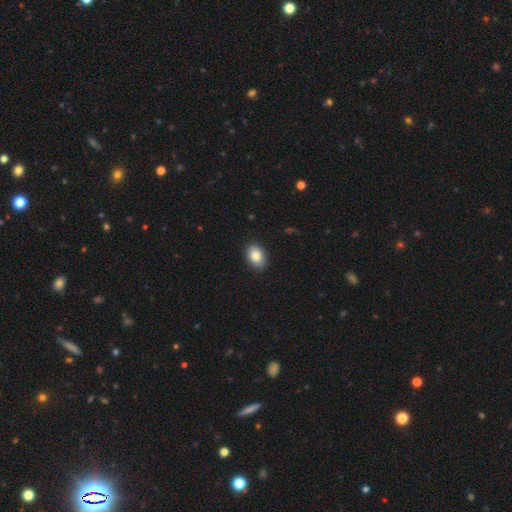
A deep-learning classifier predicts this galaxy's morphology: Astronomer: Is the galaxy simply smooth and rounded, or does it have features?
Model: smooth — 84%.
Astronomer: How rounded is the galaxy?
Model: in between — 79%.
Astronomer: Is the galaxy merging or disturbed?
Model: none — 87%.